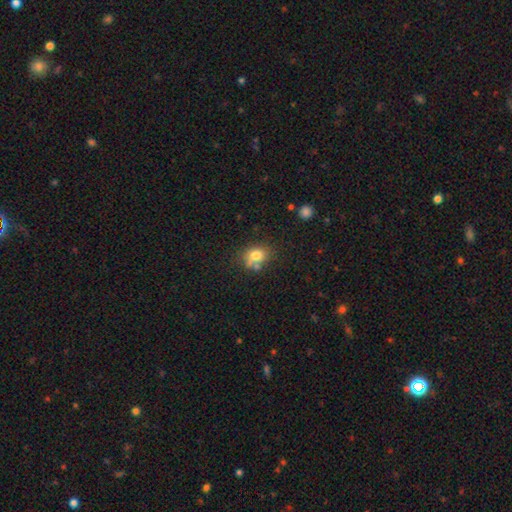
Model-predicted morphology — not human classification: Smooth or featured: smooth — 76% (featured or disk — 13%)
How rounded: in between — 51% (round — 48%)
Merging: none — 54% (merger — 20%)